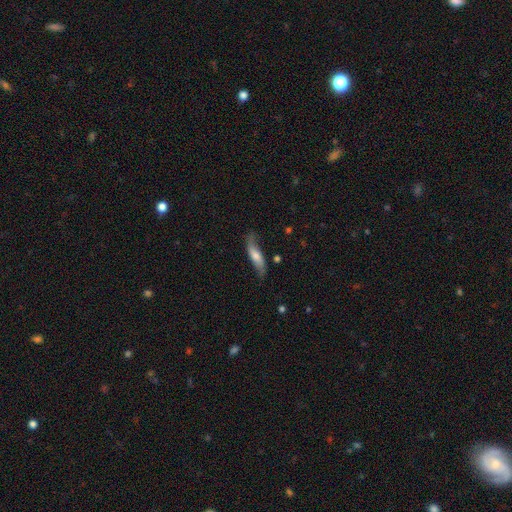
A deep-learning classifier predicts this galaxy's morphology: Q: Smooth or featured?
A: featured or disk (51%); runner-up: smooth (42%)
Q: Edge-on disk?
A: no (63%); runner-up: yes (37%)
Q: Merging?
A: none (66%); runner-up: minor disturbance (24%)